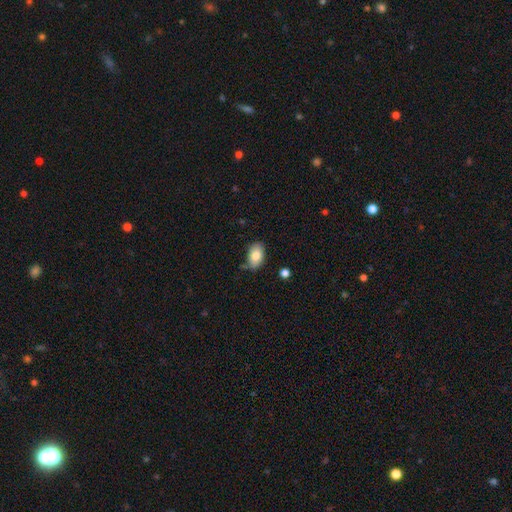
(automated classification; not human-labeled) Overall: smooth (81%). How rounded: in between (90%). Merging: none (64%; minor disturbance 25%).